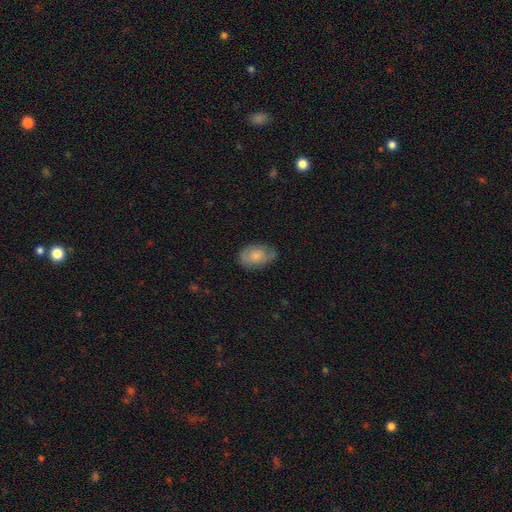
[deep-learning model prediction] Smooth or featured: smooth — 66% (featured or disk — 27%)
How rounded: in between — 90% (round — 9%)
Merging: none — 67% (minor disturbance — 25%)